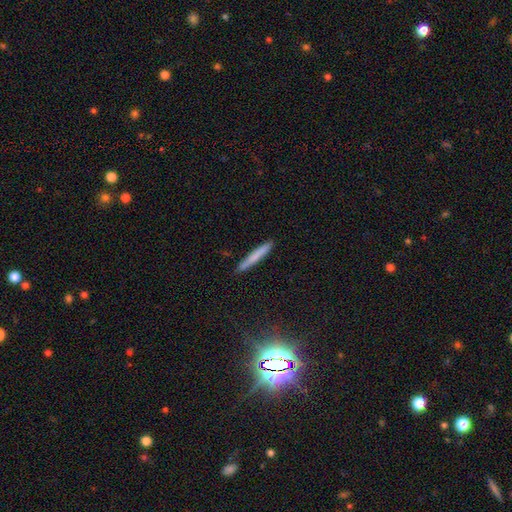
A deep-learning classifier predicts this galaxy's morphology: The model was most divided on "smooth or featured": smooth: 71%, featured or disk: 22%, star or artifact: 7%. More confident: how rounded — cigar-shaped (96%); merging — none (89%).